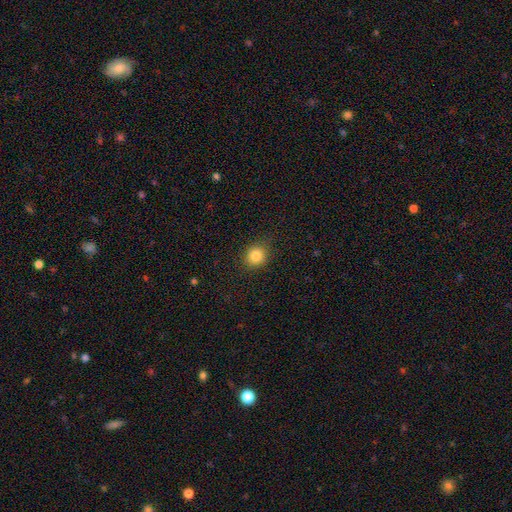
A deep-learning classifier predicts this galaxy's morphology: Q: Smooth or featured?
A: smooth (84%); runner-up: star or artifact (11%)
Q: How rounded?
A: round (81%); runner-up: in between (18%)
Q: Merging?
A: none (87%); runner-up: minor disturbance (10%)